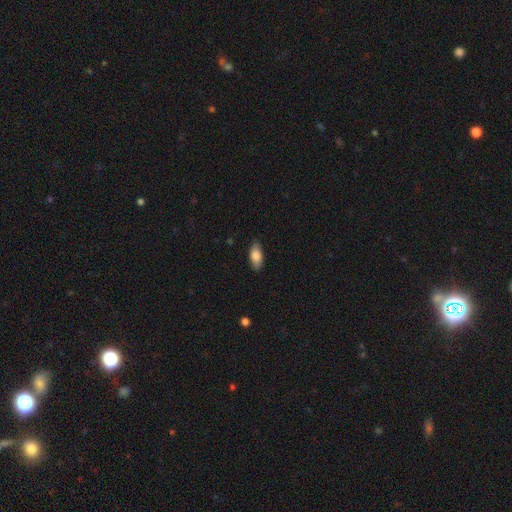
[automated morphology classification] smooth_or_featured: smooth (p=0.81) [alt: featured or disk p=0.13]
how_rounded: in between (p=0.87) [alt: cigar-shaped p=0.10]
merging: none (p=0.85) [alt: minor disturbance p=0.12]